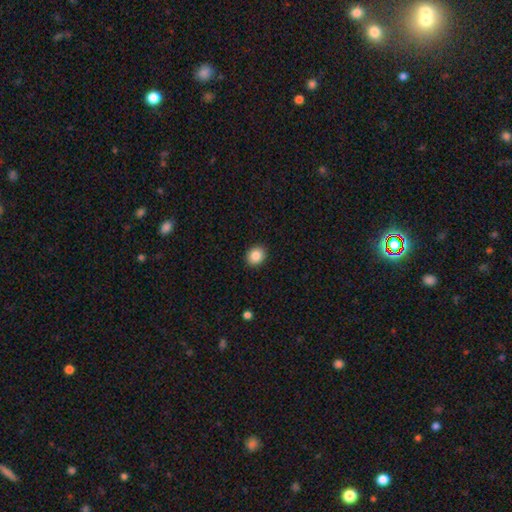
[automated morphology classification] A smooth galaxy with no disk features (87%) that is round (64%).

Vote fractions:
- Smooth or featured? smooth: 87% / star or artifact: 9% / featured or disk: 5%
- How rounded? round: 64% / in between: 35% / cigar-shaped: 1%
- Merging? none: 91% / minor disturbance: 6% / major disturbance: 2% / merger: 1%